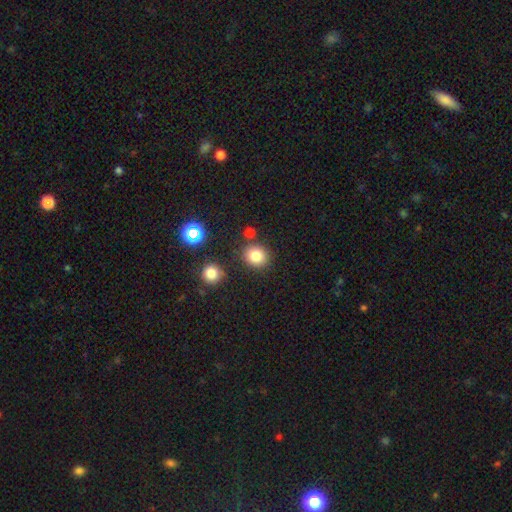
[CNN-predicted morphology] smooth-or-featured: smooth: 81% | star or artifact: 13% | featured or disk: 6%
  how-rounded: round: 78% | in between: 21% | cigar-shaped: 1%
  merging: none: 82% | minor disturbance: 9% | merger: 6% | major disturbance: 3%